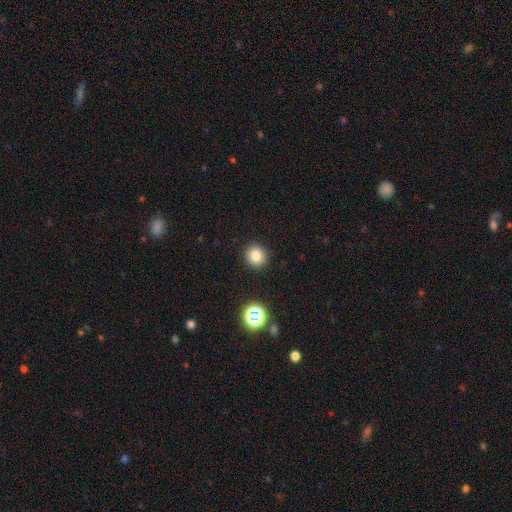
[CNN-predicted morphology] Q: Smooth or featured?
A: smooth (80%); runner-up: star or artifact (14%)
Q: How rounded?
A: round (89%); runner-up: in between (10%)
Q: Merging?
A: none (91%); runner-up: minor disturbance (6%)